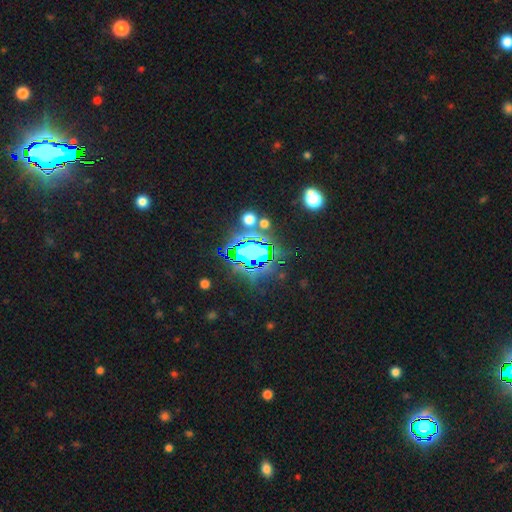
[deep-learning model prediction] This appears to be a star or artifact, not a galaxy (79%).